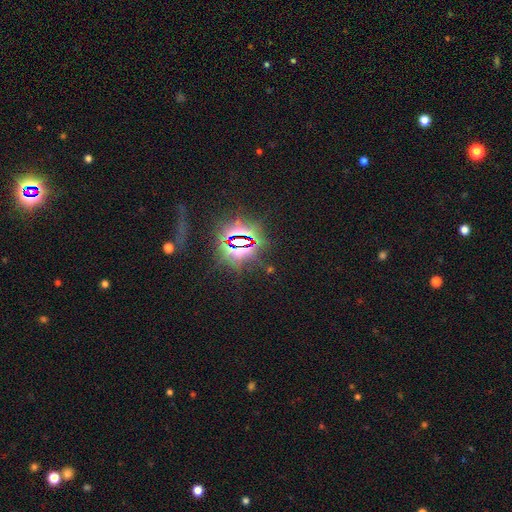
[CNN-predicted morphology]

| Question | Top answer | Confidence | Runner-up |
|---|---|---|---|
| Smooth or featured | star or artifact | 84% | smooth (8%) |